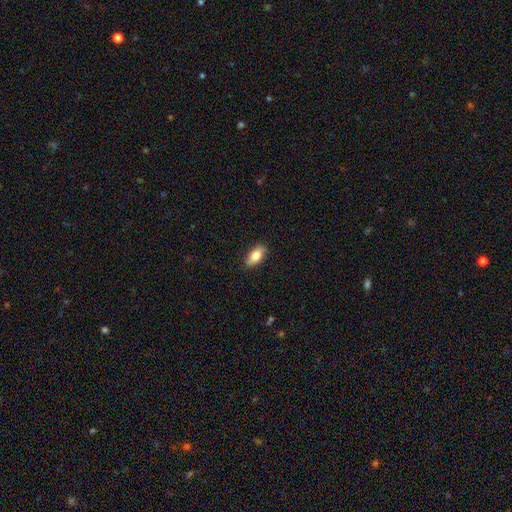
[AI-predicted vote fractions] This appears to be a smooth galaxy with no disk features (80%) that is in between round and cigar-shaped (87%). Merging: none (84%).